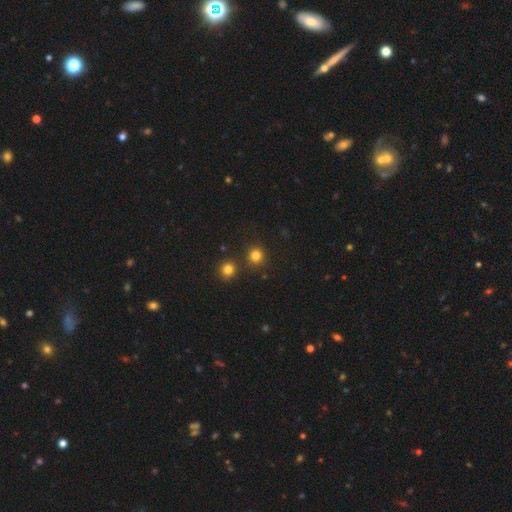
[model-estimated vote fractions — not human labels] smooth 80%, star or artifact 15%, featured or disk 4%. Down the decision tree: how rounded — round (93%); merging — none (84%).